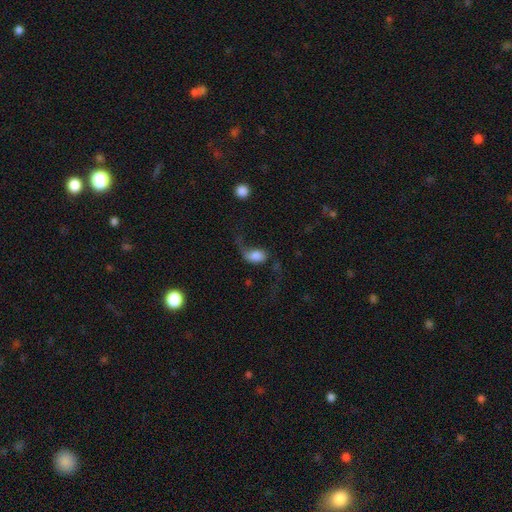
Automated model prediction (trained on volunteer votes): A smooth galaxy with no disk features (50%) that is in between round and cigar-shaped (80%). Merging: major disturbance (41%).